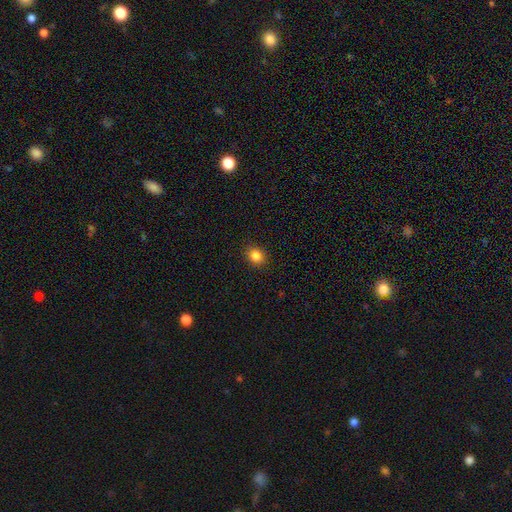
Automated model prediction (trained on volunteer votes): smooth-or-featured: smooth: 85% | star or artifact: 11% | featured or disk: 4%
  how-rounded: round: 60% | in between: 39% | cigar-shaped: 1%
  merging: none: 89% | minor disturbance: 8% | major disturbance: 2% | merger: 1%